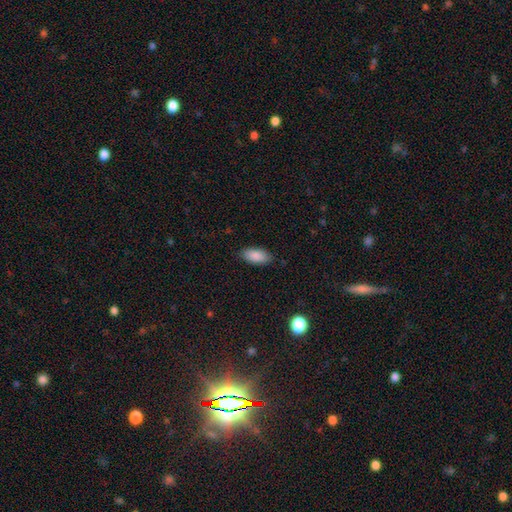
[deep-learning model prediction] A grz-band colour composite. It shows a smooth galaxy with no disk features (88%) that is in between round and cigar-shaped (91%). Merging: none (85%).